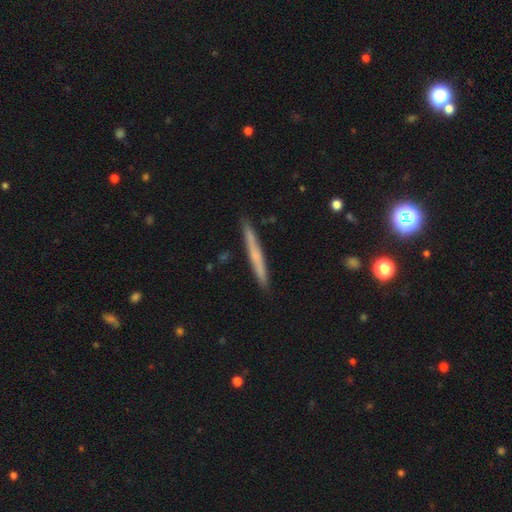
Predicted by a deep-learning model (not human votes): Overall: smooth (51%; featured or disk 42%). How rounded: cigar-shaped (96%). Merging: none (90%).